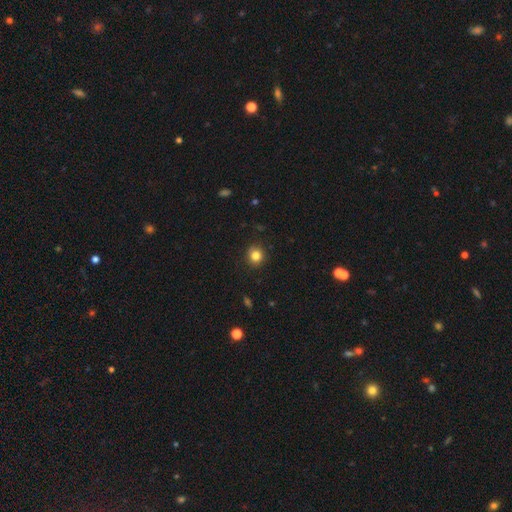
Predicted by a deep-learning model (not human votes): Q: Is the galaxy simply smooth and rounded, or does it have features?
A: smooth — 83%.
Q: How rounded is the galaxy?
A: round — 88%.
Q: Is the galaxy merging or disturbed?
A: none — 90%.